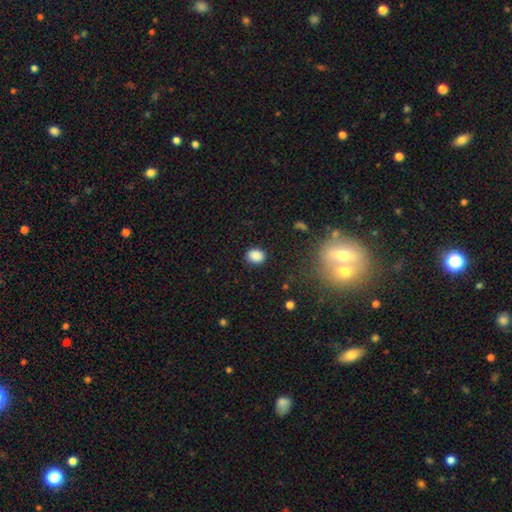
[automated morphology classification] Overall: smooth (87%). How rounded: in between (53%; round 46%). Merging: none (85%).